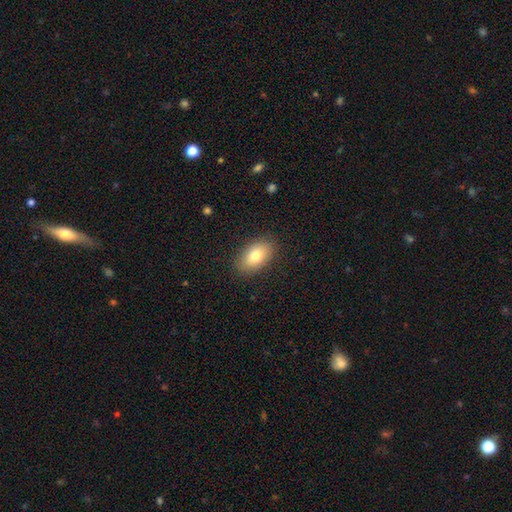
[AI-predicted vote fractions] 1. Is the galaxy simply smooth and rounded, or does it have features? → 79% smooth, 13% featured or disk, 8% star or artifact.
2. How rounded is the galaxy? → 91% in between, 7% round, 2% cigar-shaped.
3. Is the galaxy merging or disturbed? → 87% none, 9% minor disturbance, 3% major disturbance, 1% merger.